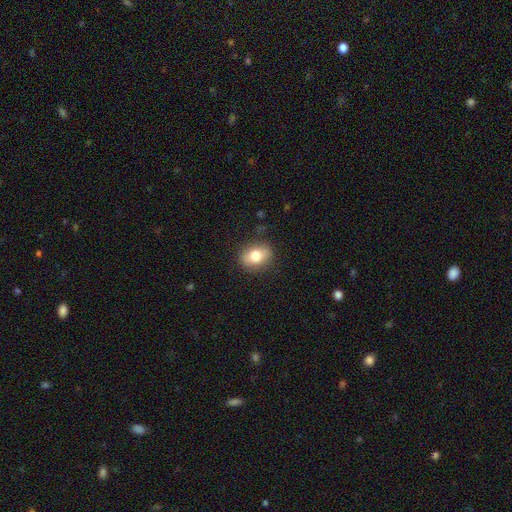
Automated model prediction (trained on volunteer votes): This appears to be a smooth galaxy with no disk features (76%) that is in between round and cigar-shaped (61%). Merging: none (85%).